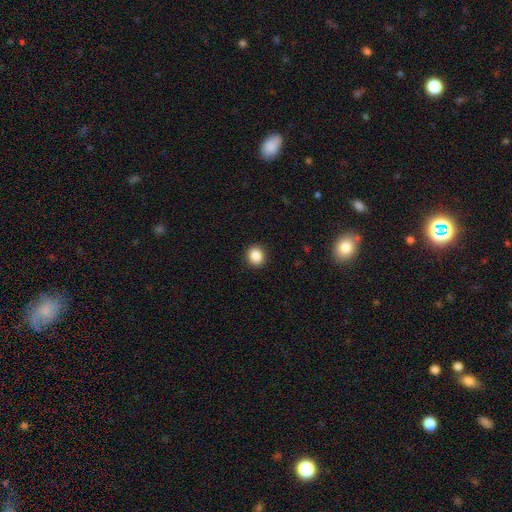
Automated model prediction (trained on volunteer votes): Overall: smooth (87%). How rounded: round (80%). Merging: none (92%).